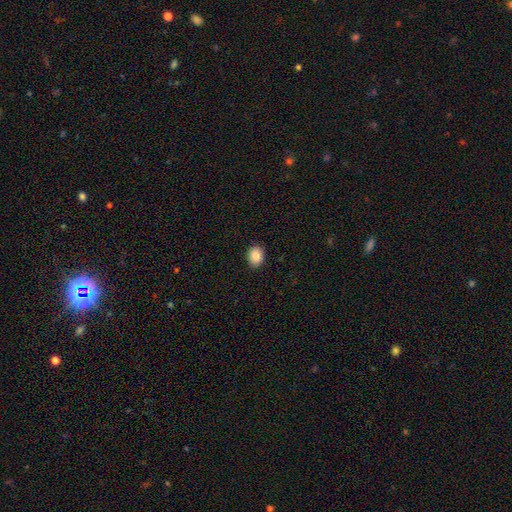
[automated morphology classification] type=smooth (88%); roundness=in between (62%); merging=none (90%).